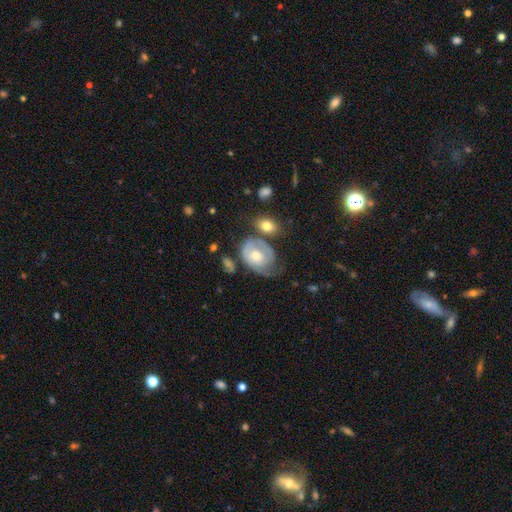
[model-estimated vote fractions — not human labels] Q: Smooth or featured?
A: featured or disk (62%); runner-up: smooth (31%)
Q: Edge-on disk?
A: no (96%); runner-up: yes (4%)
Q: Bar?
A: no (77%); runner-up: weak (19%)
Q: Spiral arms?
A: yes (72%); runner-up: no (28%)
Q: Bulge size?
A: moderate (67%); runner-up: small (21%)
Q: Merging?
A: none (36%); runner-up: minor disturbance (27%)